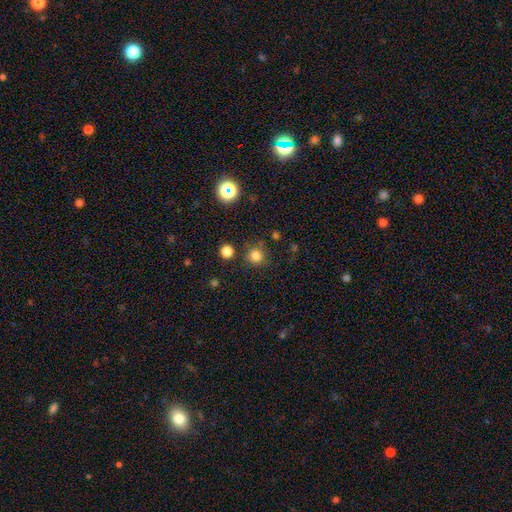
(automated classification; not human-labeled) Morphology: type=smooth (80%); roundness=round (92%); merging=none (82%).